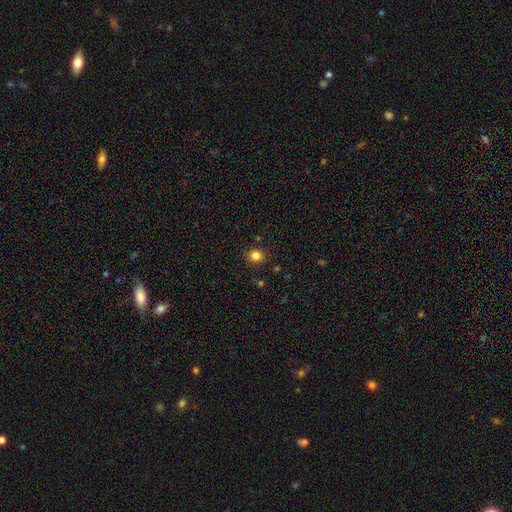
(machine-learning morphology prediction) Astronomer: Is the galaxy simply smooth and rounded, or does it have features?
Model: smooth — 83%.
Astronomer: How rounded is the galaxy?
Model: round — 84%.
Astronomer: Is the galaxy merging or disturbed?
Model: none — 89%.